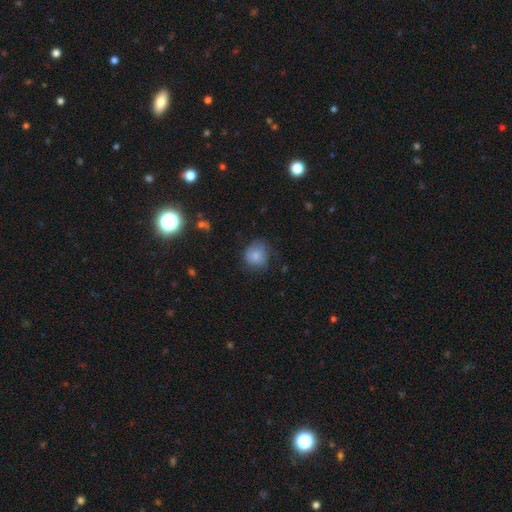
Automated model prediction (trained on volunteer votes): Smooth or featured? smooth (80%)
How rounded? round (81%)
Merging? none (64%)